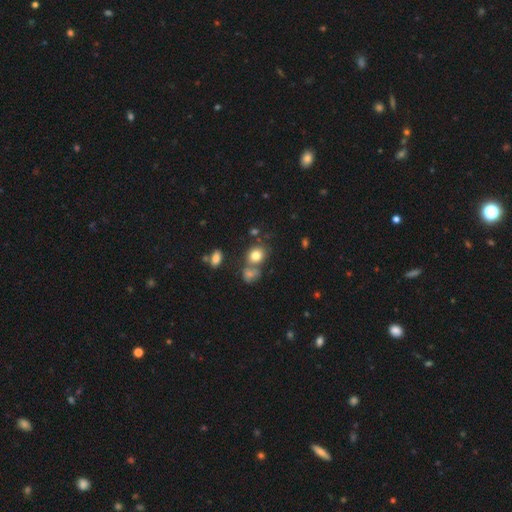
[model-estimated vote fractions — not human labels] This is likely a smooth galaxy (78%). How rounded: likely round (63%). Merging: possibly none (55%).